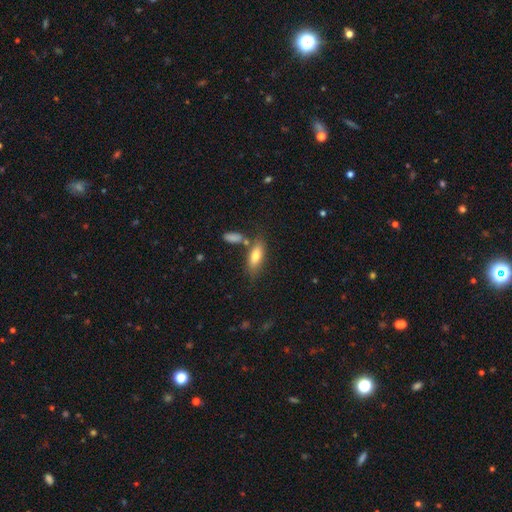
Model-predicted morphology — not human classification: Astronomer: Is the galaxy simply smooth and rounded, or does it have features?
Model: smooth — 75%.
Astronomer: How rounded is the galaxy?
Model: in between — 72%.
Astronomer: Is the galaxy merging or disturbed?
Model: none — 67%.